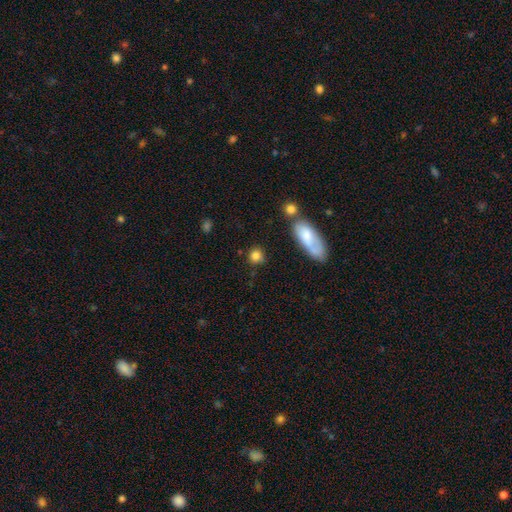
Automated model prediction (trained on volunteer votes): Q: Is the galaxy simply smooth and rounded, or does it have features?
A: smooth — 83%.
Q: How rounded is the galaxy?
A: round — 78%.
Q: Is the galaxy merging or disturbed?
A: none — 77%.